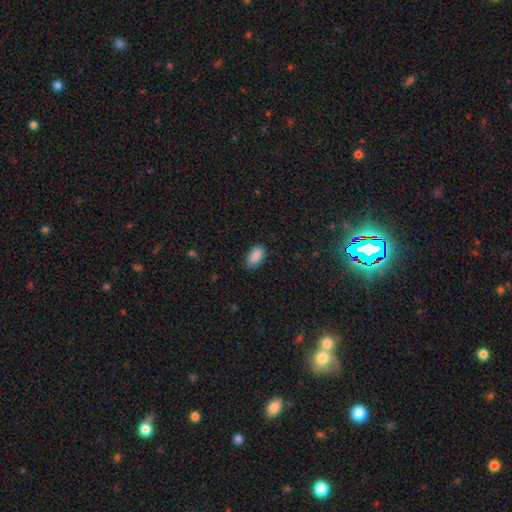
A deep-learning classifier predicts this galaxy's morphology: Smooth or featured: smooth — 90% (star or artifact — 7%)
How rounded: in between — 94% (round — 4%)
Merging: none — 84% (minor disturbance — 12%)